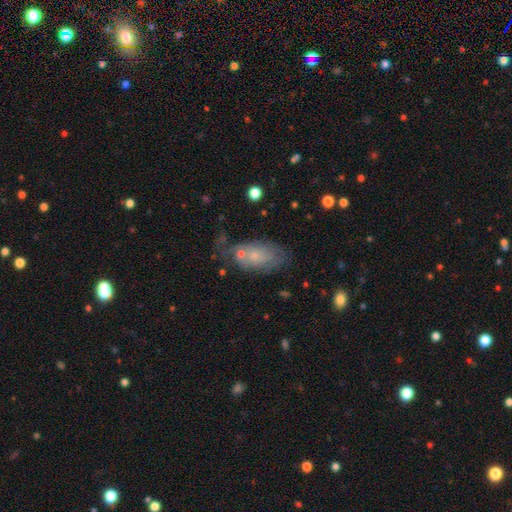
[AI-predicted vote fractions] Smooth or featured: smooth — 56% (featured or disk — 35%)
How rounded: in between — 89% (cigar-shaped — 6%)
Merging: none — 44% (minor disturbance — 26%)